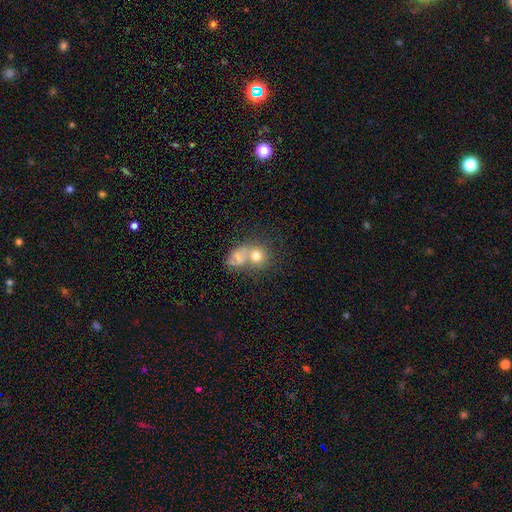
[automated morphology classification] smooth 66%, featured or disk 22%, star or artifact 12%. Down the decision tree: how rounded — round (74%); merging — merger (51%).